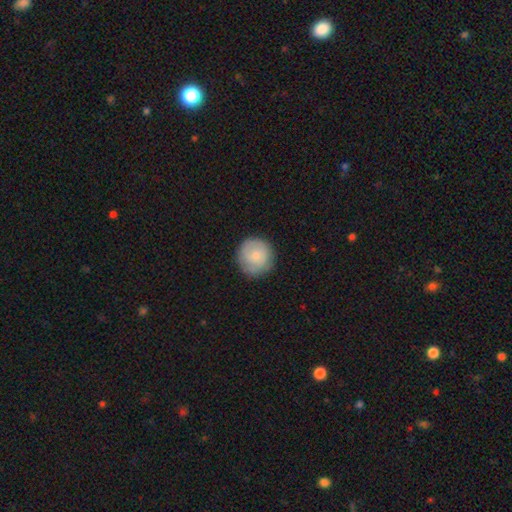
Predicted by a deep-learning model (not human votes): smooth_or_featured: smooth (p=0.68) [alt: featured or disk p=0.26]
how_rounded: round (p=0.93) [alt: in between p=0.06]
merging: none (p=0.82) [alt: minor disturbance p=0.13]